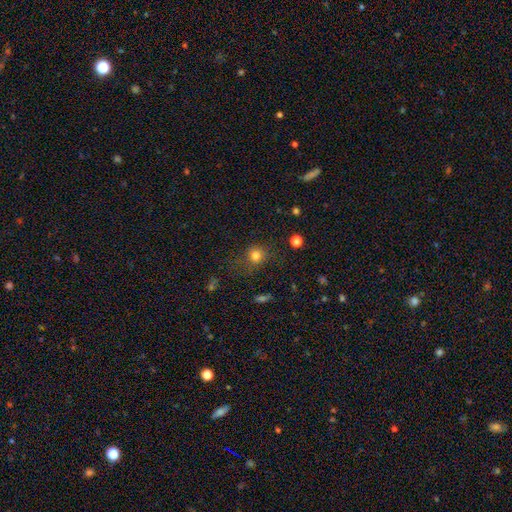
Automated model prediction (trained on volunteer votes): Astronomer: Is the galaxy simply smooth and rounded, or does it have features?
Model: smooth — 78%.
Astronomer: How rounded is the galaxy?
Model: round — 84%.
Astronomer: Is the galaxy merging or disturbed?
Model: none — 72%.